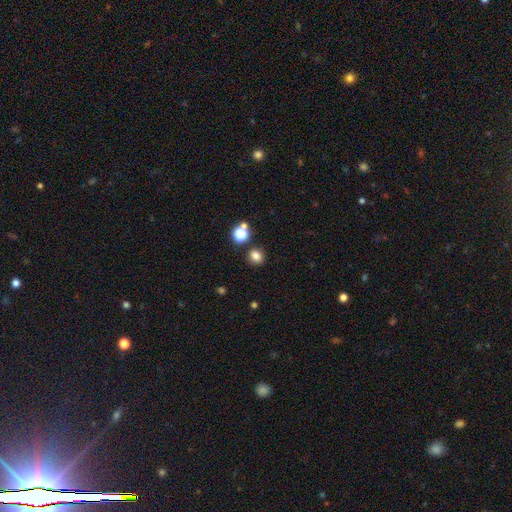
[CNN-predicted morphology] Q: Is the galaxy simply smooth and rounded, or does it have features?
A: smooth — 79%.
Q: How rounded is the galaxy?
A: round — 83%.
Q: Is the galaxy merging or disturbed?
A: none — 84%.